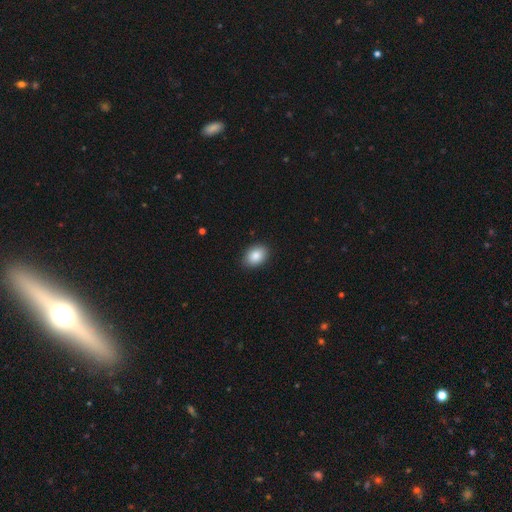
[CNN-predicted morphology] This appears to be a smooth galaxy with no disk features (87%) that is in between round and cigar-shaped (74%). Merging: none (88%).